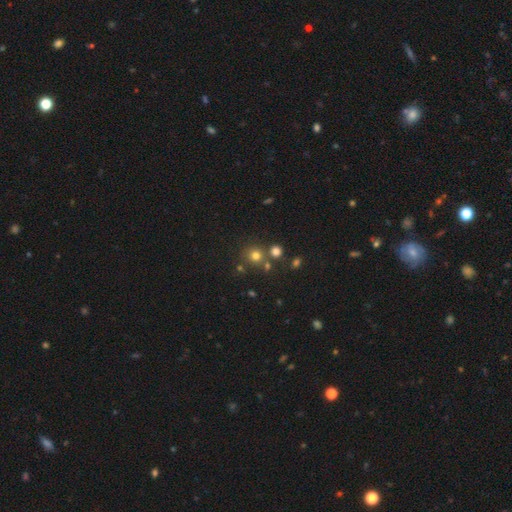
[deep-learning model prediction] This appears to be a smooth galaxy with no disk features (72%) that is round (91%). Merging: none (72%).